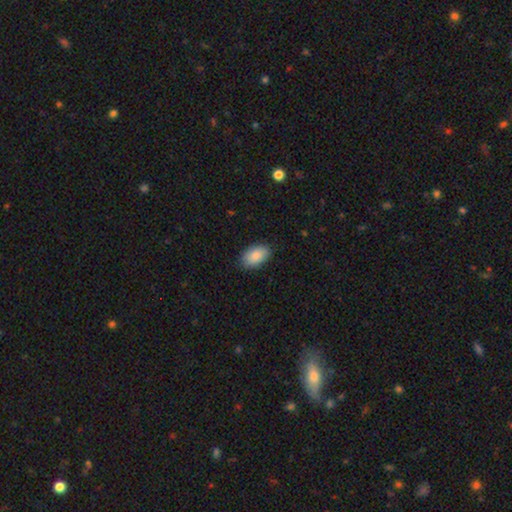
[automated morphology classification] smooth_or_featured: smooth (p=0.88) [alt: featured or disk p=0.06]
how_rounded: in between (p=0.94) [alt: round p=0.05]
merging: none (p=0.87) [alt: minor disturbance p=0.10]